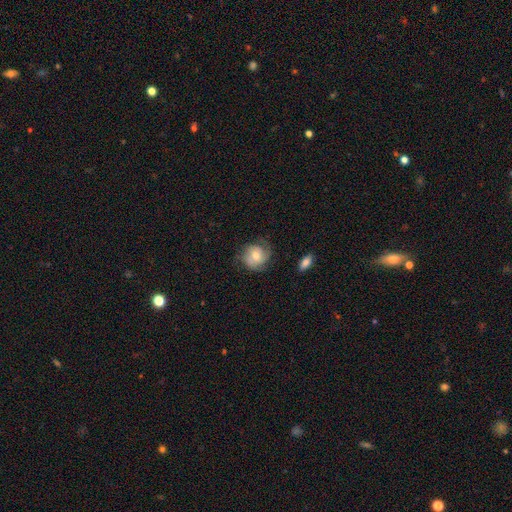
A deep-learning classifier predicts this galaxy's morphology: The model was most divided on "smooth or featured": featured or disk: 55%, smooth: 38%, star or artifact: 7%. More confident: edge-on disk — no (97%); spiral arms — yes (86%); bar — no (70%); bulge size — moderate (68%); merging — none (66%).